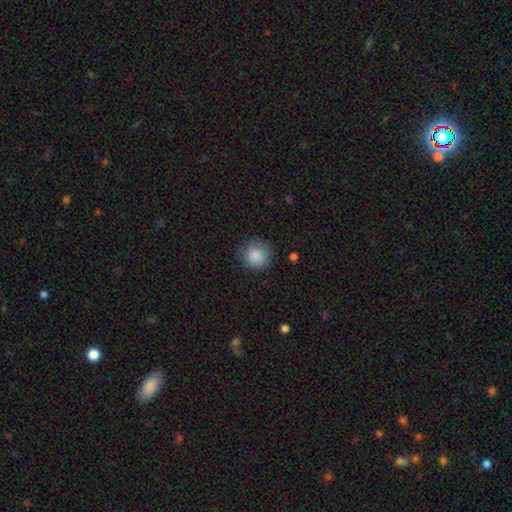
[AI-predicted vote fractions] A smooth galaxy with no disk features (88%) that is round (91%). Merging: none (82%).